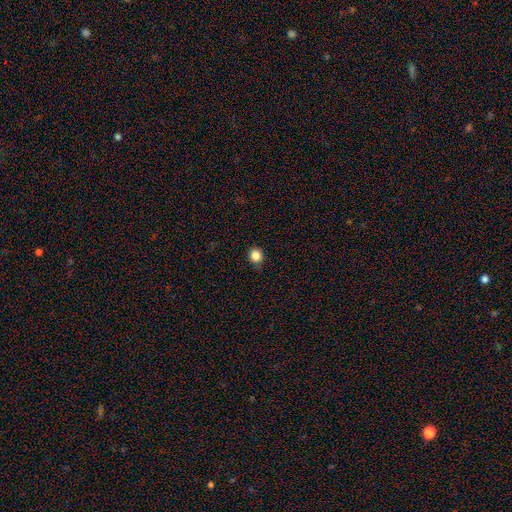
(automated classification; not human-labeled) A smooth galaxy with no disk features (84%) that is round (87%). Merging: none (87%).